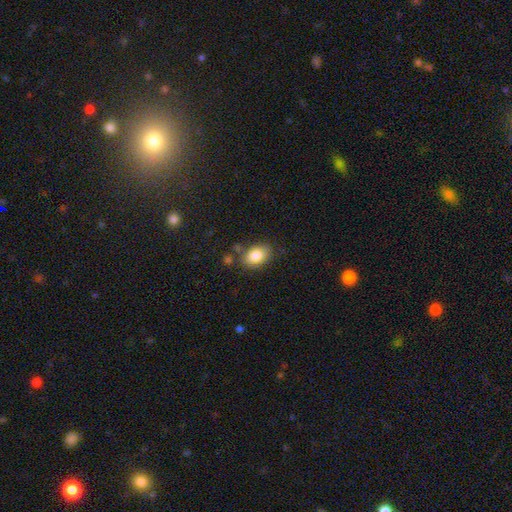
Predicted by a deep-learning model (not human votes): Q: Smooth or featured?
A: smooth (83%); runner-up: featured or disk (9%)
Q: How rounded?
A: in between (82%); runner-up: round (16%)
Q: Merging?
A: none (76%); runner-up: minor disturbance (15%)